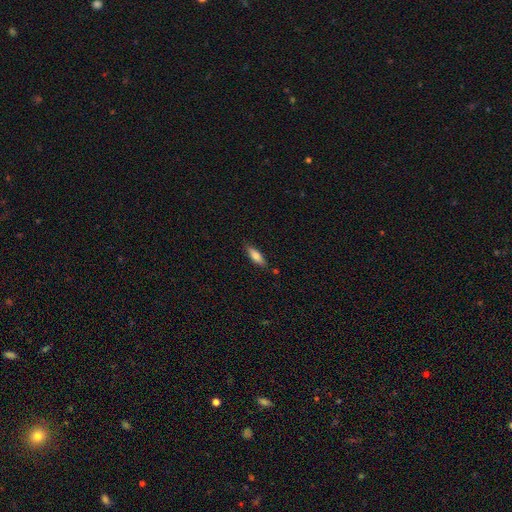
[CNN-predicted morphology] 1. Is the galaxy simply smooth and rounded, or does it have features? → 78% smooth, 15% featured or disk, 7% star or artifact.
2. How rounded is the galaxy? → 58% in between, 40% cigar-shaped, 2% round.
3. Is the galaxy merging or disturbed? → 82% none, 13% minor disturbance, 2% major disturbance, 2% merger.